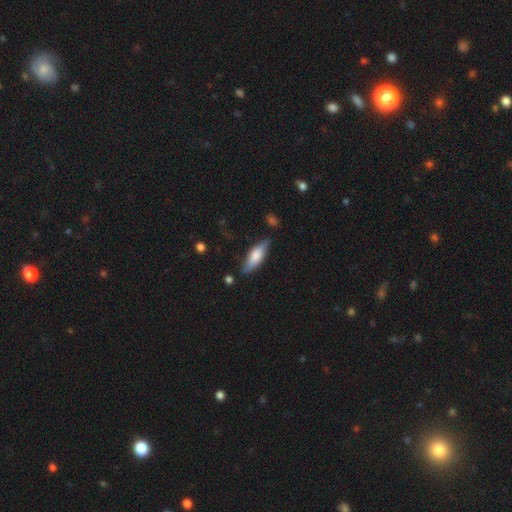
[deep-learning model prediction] Smooth or featured? Predicted: smooth (p=0.63). How rounded? Predicted: in between (p=0.60). Merging? Predicted: none (p=0.74).